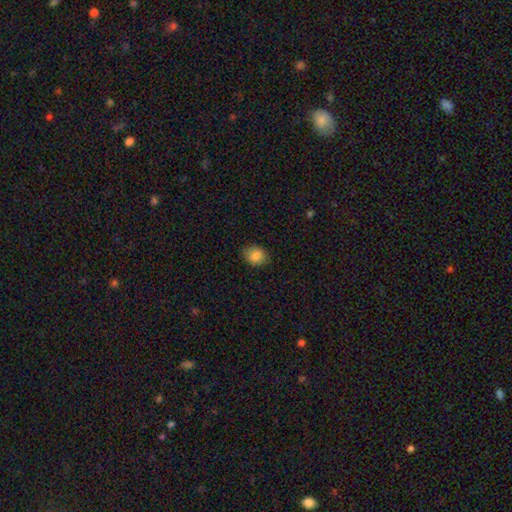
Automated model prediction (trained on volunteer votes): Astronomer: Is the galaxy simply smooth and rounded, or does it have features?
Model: smooth — 84%.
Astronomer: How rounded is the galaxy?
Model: in between — 52% (runner-up: round, 47%).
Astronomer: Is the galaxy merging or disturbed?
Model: none — 84%.